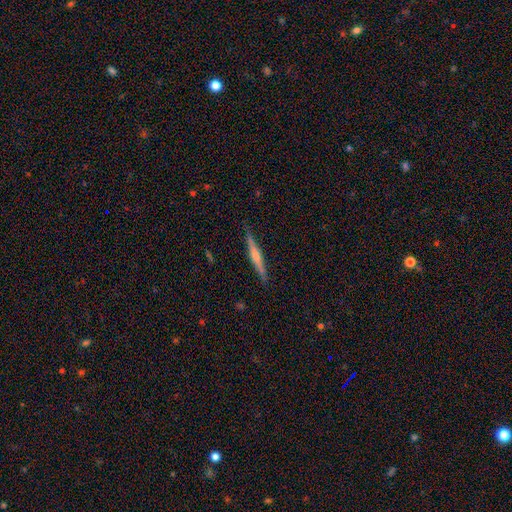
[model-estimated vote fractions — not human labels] This appears to be a featured or disk galaxy (63%) viewed edge-on (98%) with a rounded central bulge (74%). Merging: none (89%).